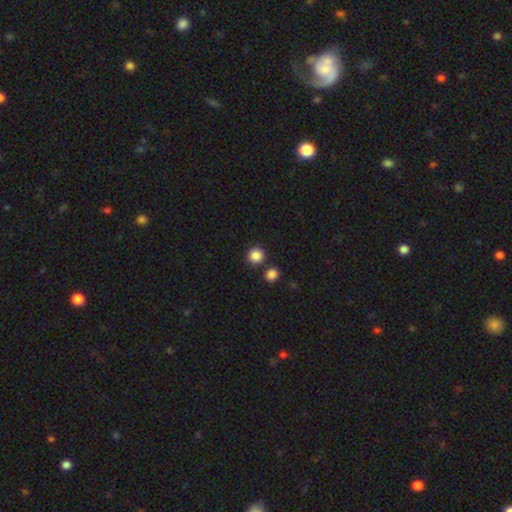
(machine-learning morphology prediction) The model was most divided on "merging": none: 81%, merger: 9%, minor disturbance: 7%, major disturbance: 2%. More confident: how rounded — round (92%); smooth or featured — smooth (87%).